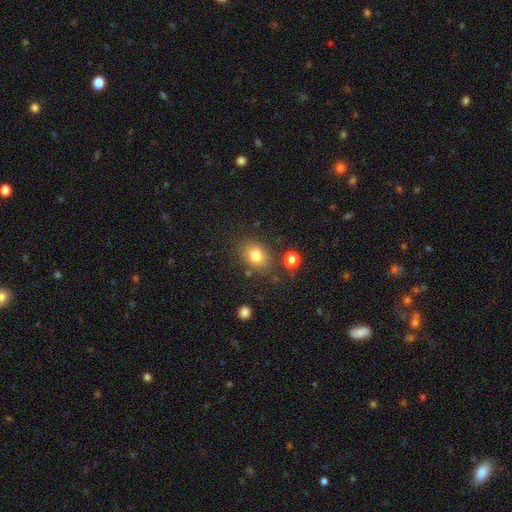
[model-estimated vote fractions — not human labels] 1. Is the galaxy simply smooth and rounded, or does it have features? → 79% smooth, 11% star or artifact, 10% featured or disk.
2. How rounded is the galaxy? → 58% in between, 40% round, 1% cigar-shaped.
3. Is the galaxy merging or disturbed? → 77% none, 13% minor disturbance, 5% merger, 4% major disturbance.